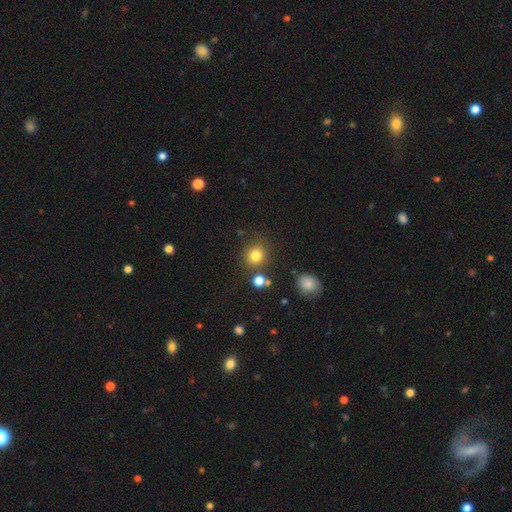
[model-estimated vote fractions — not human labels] A smooth galaxy with no disk features (80%) that is round (84%).

Vote fractions:
- Smooth or featured? smooth: 80% / star or artifact: 13% / featured or disk: 6%
- How rounded? round: 84% / in between: 15% / cigar-shaped: 1%
- Merging? none: 77% / minor disturbance: 11% / merger: 8% / major disturbance: 4%